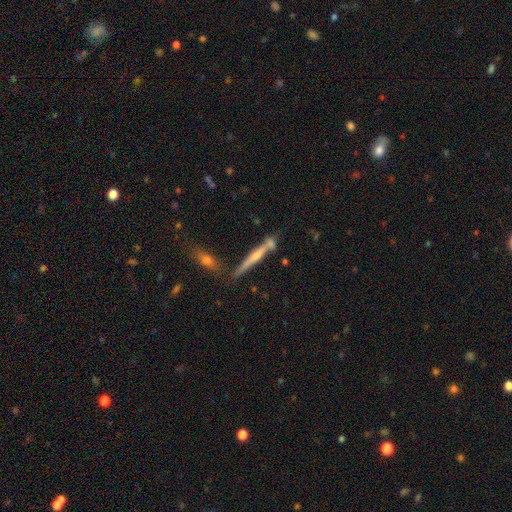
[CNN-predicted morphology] Smooth or featured? featured or disk (55%)
Edge-on disk? yes (94%)
Edge-on bulge? rounded (54%)
Merging? none (67%)